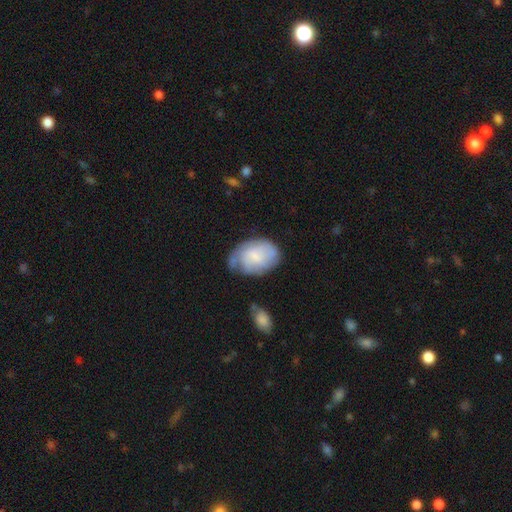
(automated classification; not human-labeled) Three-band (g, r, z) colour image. It shows a smooth galaxy with no disk features (57%) that is in between round and cigar-shaped (76%). Merging: none (47%).